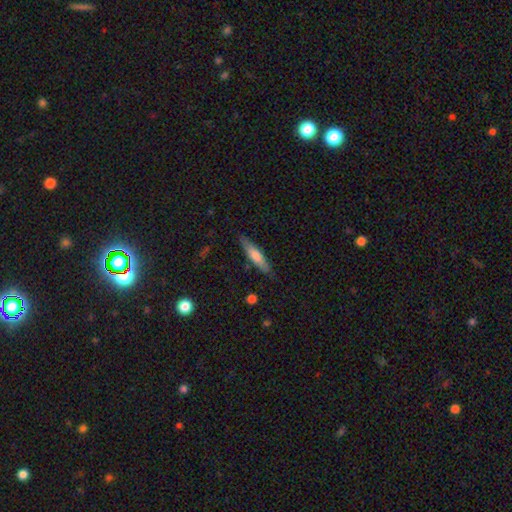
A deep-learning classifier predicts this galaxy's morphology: smooth 63%, featured or disk 32%, star or artifact 6%. Down the decision tree: how rounded — cigar-shaped (80%); merging — none (85%).